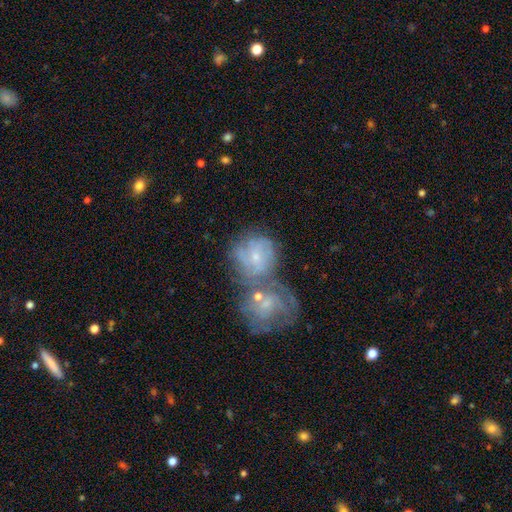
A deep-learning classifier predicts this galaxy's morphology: featured or disk 61%, smooth 30%, star or artifact 9%. Down the decision tree: edge-on disk — no (97%); bar — no (70%); spiral arms — yes (79%); bulge size — small (73%); merging — merger (51%).